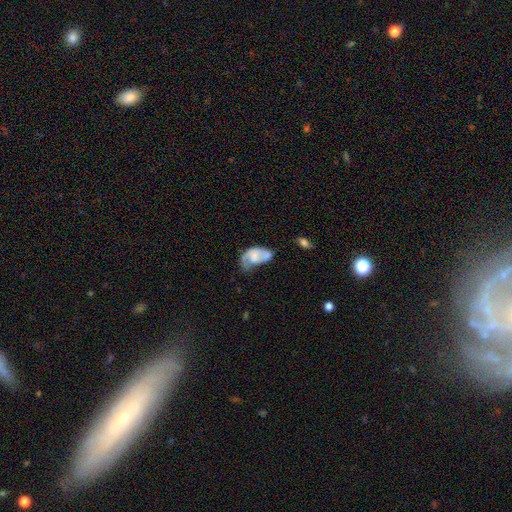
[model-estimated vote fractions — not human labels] smooth-or-featured: featured or disk: 54% | smooth: 39% | star or artifact: 7%
  disk-edge-on: no: 97% | yes: 3%
    bar: no: 67% | weak: 26% | strong: 7%
    has-spiral-arms: yes: 66% | no: 34%
    bulge-size: none: 41% | small: 25% | moderate: 22% | large: 9% | dominant: 2%
  merging: major disturbance: 36% | minor disturbance: 26% | none: 24% | merger: 14%